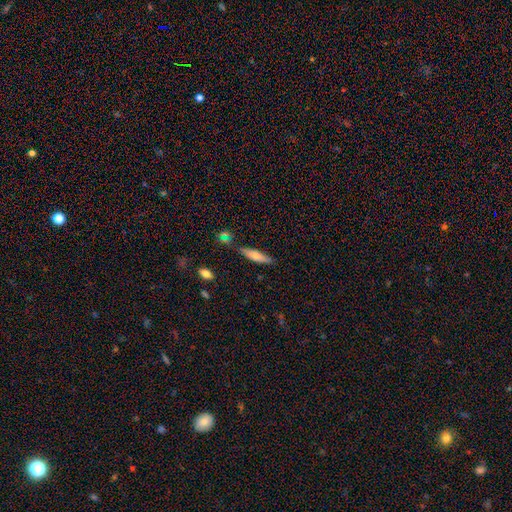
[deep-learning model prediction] smooth 69%, featured or disk 24%, star or artifact 7%. Down the decision tree: how rounded — cigar-shaped (75%); merging — none (77%).